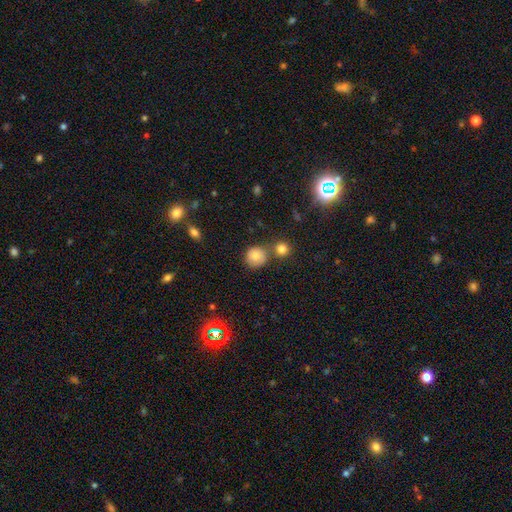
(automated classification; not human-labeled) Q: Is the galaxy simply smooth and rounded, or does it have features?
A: smooth — 80%.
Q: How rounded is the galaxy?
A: round — 89%.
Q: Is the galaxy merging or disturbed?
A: none — 67%.